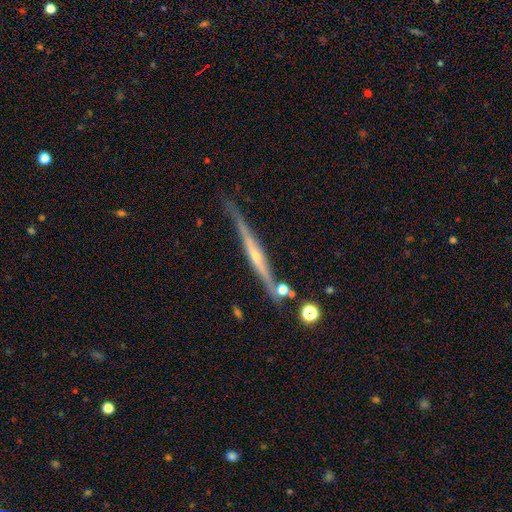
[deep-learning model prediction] Smooth or featured? featured or disk (77%)
Edge-on disk? yes (96%)
Edge-on bulge? rounded (55%)
Merging? none (77%)